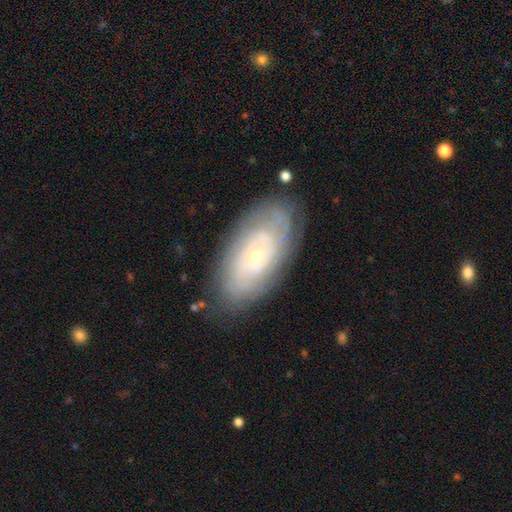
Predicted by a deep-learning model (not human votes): The model was most divided on "smooth or featured": featured or disk: 69%, smooth: 24%, star or artifact: 7%. More confident: edge-on disk — no (92%); bar — no (83%); bulge size — small (80%); merging — none (79%); spiral arms — yes (78%).